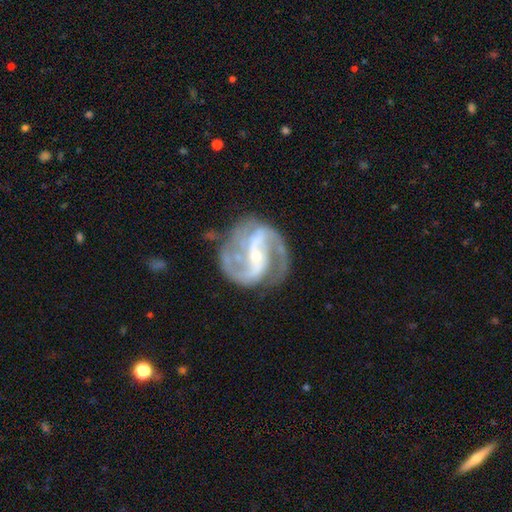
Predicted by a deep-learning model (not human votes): Smooth or featured? featured or disk (91%)
Edge-on disk? no (98%)
Bar? strong (46%)
Spiral arms? yes (97%)
Spiral winding? medium (57%)
Spiral arm count? 2 (83%)
Bulge size? small (74%)
Merging? none (70%)